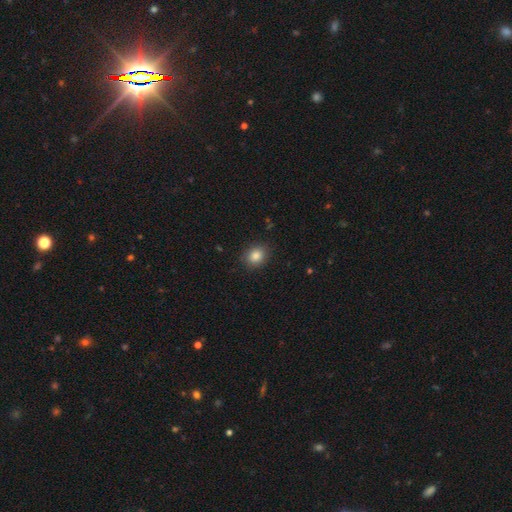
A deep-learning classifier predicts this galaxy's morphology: type=smooth (85%); roundness=round (57%); merging=none (87%).